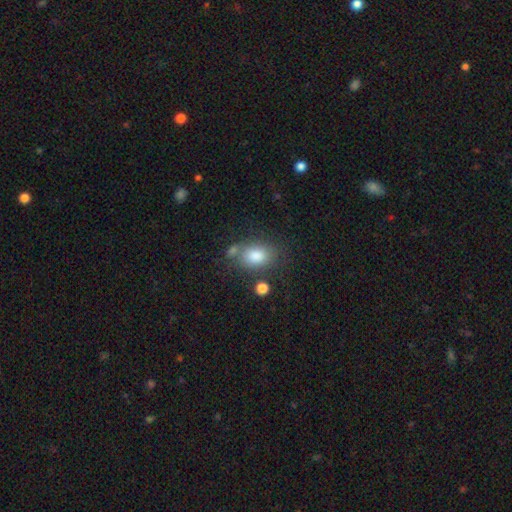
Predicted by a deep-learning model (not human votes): This is clearly a smooth galaxy (82%). How rounded: likely in between (77%). Merging: likely none (63%).